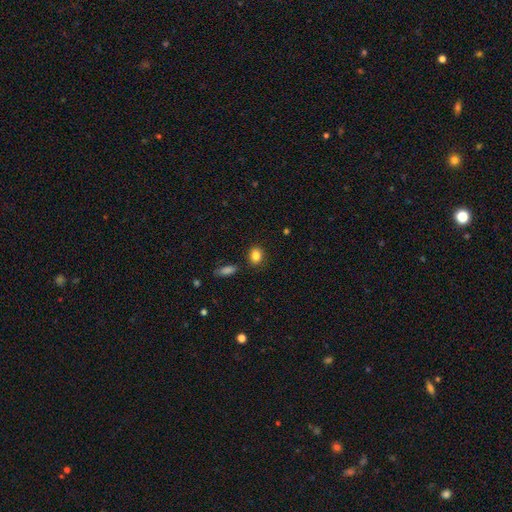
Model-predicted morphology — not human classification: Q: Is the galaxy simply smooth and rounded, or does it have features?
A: smooth — 85%.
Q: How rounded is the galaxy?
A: in between — 53%.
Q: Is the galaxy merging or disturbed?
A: none — 85%.